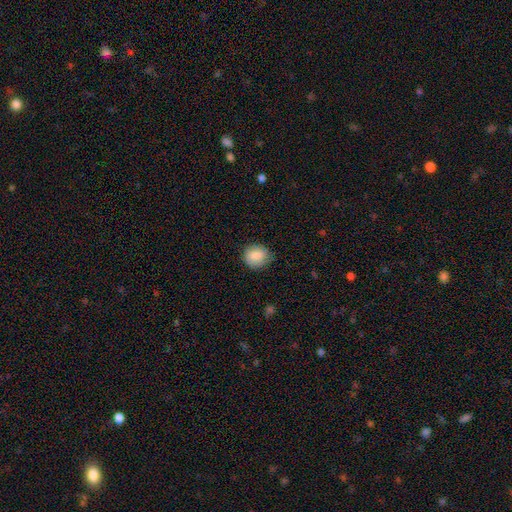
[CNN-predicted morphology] Q: Smooth or featured?
A: smooth (85%); runner-up: featured or disk (8%)
Q: How rounded?
A: round (74%); runner-up: in between (25%)
Q: Merging?
A: none (73%); runner-up: minor disturbance (22%)